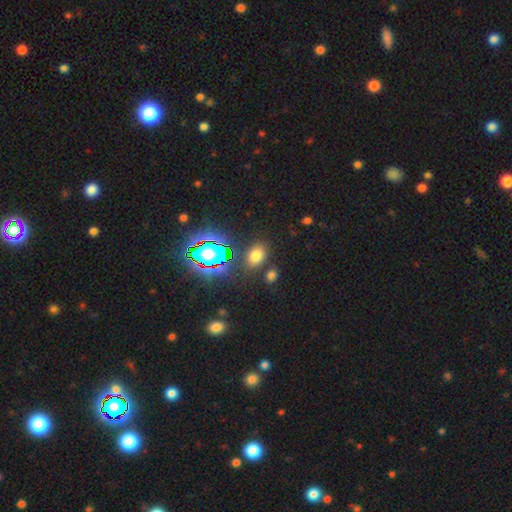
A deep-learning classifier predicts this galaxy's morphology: This is likely a smooth galaxy (67%). How rounded: likely in between (77%). Merging: clearly none (82%).